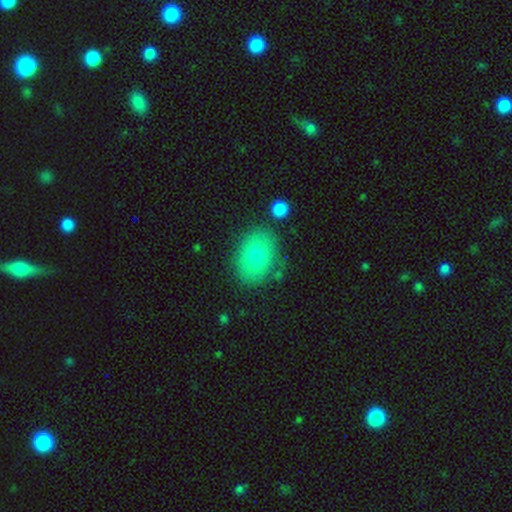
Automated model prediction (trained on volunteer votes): smooth_or_featured: smooth (p=0.74) [alt: featured or disk p=0.17]
how_rounded: in between (p=0.73) [alt: round p=0.26]
merging: none (p=0.80) [alt: minor disturbance p=0.13]